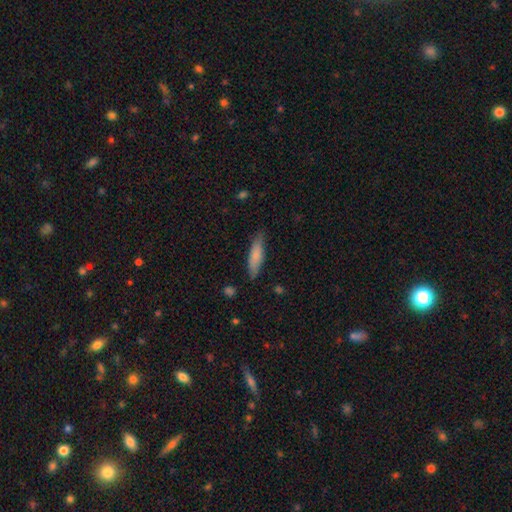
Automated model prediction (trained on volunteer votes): A smooth galaxy with no disk features (77%) that is cigar-shaped (71%). Merging: none (81%).